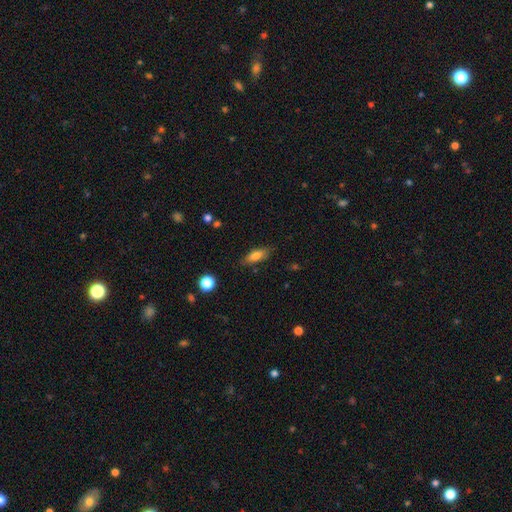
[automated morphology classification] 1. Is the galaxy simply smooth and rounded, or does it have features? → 75% smooth, 17% featured or disk, 8% star or artifact.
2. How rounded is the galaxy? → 61% in between, 36% cigar-shaped, 3% round.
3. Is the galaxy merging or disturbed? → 81% none, 14% minor disturbance, 3% major disturbance, 2% merger.